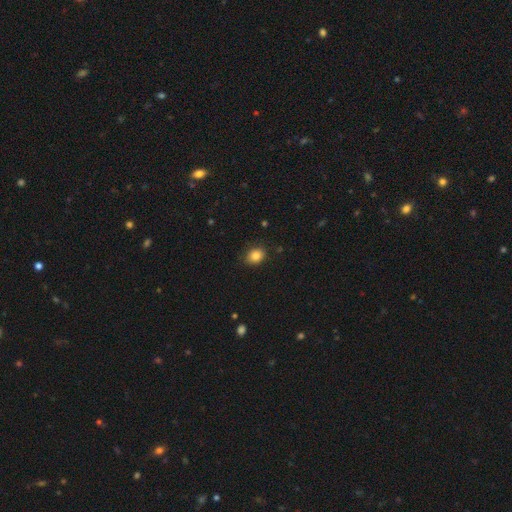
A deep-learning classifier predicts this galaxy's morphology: This is clearly a smooth galaxy (85%). How rounded: possibly in between (52%). Merging: clearly none (85%).